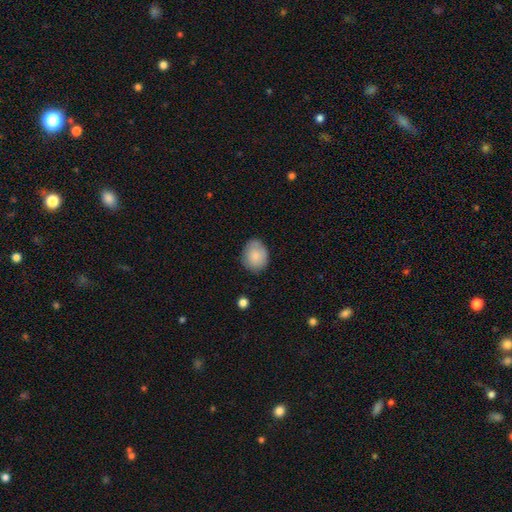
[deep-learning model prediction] Smooth or featured? smooth (82%)
How rounded? round (51%)
Merging? none (77%)